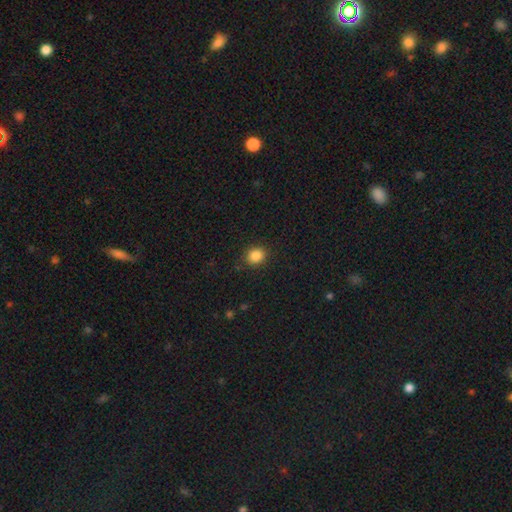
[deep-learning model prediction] A smooth galaxy with no disk features (86%) that is round (72%).

Vote fractions:
- Smooth or featured? smooth: 86% / star or artifact: 11% / featured or disk: 4%
- How rounded? round: 72% / in between: 27% / cigar-shaped: 1%
- Merging? none: 88% / minor disturbance: 8% / major disturbance: 2% / merger: 1%